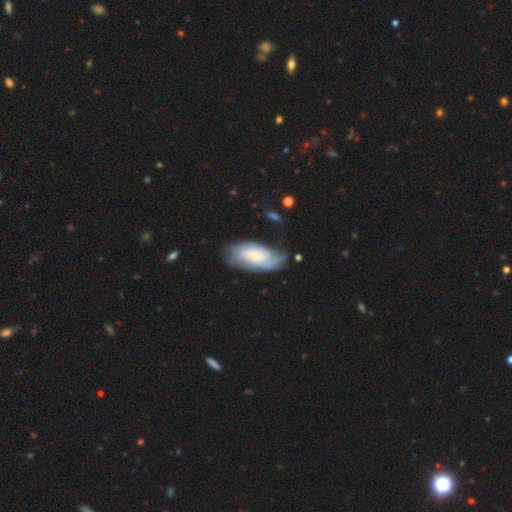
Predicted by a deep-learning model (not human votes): Overall: featured or disk (61%; smooth 33%). Edge-on disk: no (93%). Bar: no (52%; weak 37%). Spiral arms: yes (88%). Bulge size: small (63%). Merging: none (58%; minor disturbance 26%).